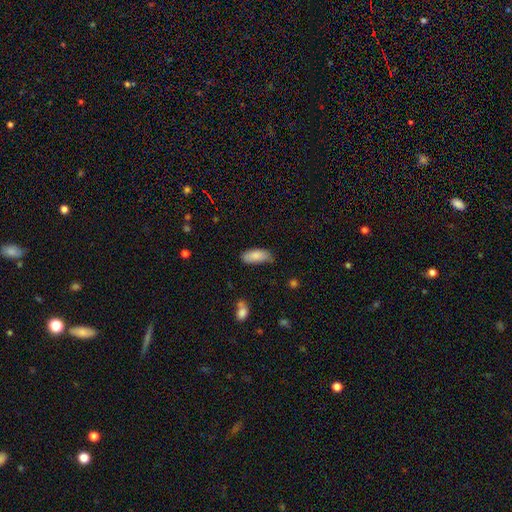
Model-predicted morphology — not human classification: smooth-or-featured: smooth: 85% | featured or disk: 8% | star or artifact: 6%
  how-rounded: in between: 83% | cigar-shaped: 15% | round: 2%
  merging: none: 67% | minor disturbance: 26% | major disturbance: 5% | merger: 2%